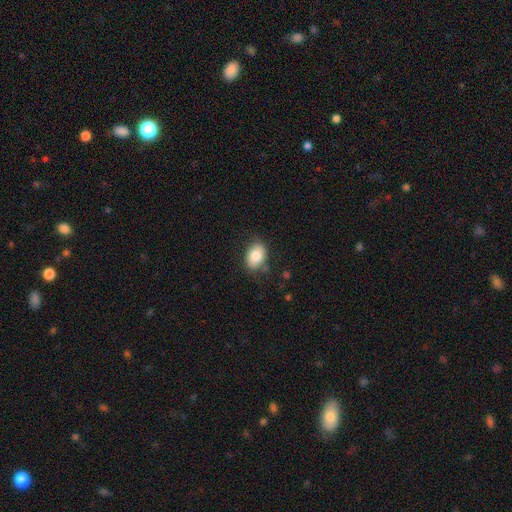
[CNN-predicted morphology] This is clearly a smooth galaxy (80%). How rounded: likely in between (79%). Merging: likely none (80%).